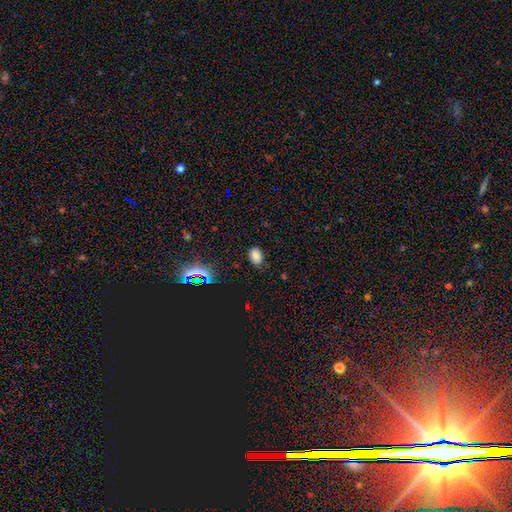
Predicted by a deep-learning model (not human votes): A smooth galaxy with no disk features (77%) that is in between round and cigar-shaped (84%). Merging: none (80%).